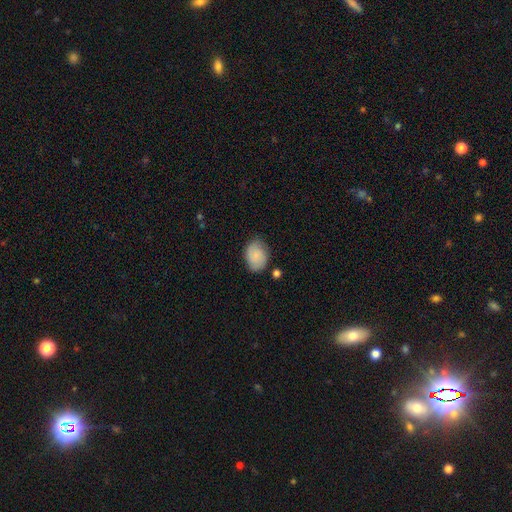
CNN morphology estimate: The model was most divided on "how rounded": in between: 73%, round: 26%, cigar-shaped: 1%. More confident: smooth or featured — smooth (74%); merging — none (72%).